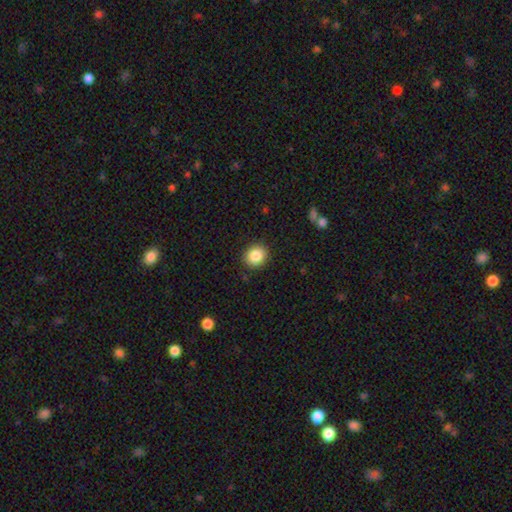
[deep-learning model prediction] This appears to be a smooth galaxy with no disk features (86%) that is round (85%). Merging: none (90%).